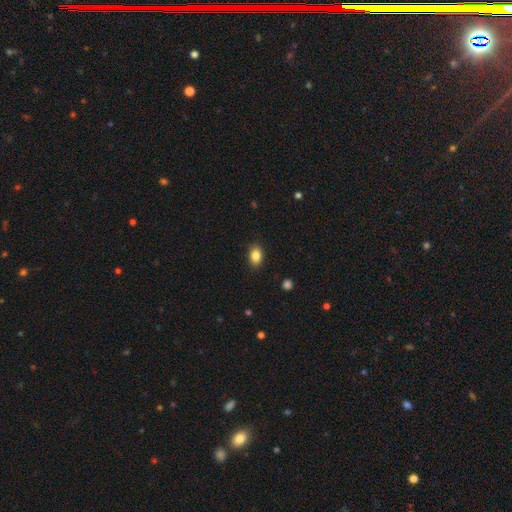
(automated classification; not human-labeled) smooth_or_featured: smooth (p=0.85) [alt: star or artifact p=0.09]
how_rounded: in between (p=0.78) [alt: round p=0.20]
merging: none (p=0.88) [alt: minor disturbance p=0.09]